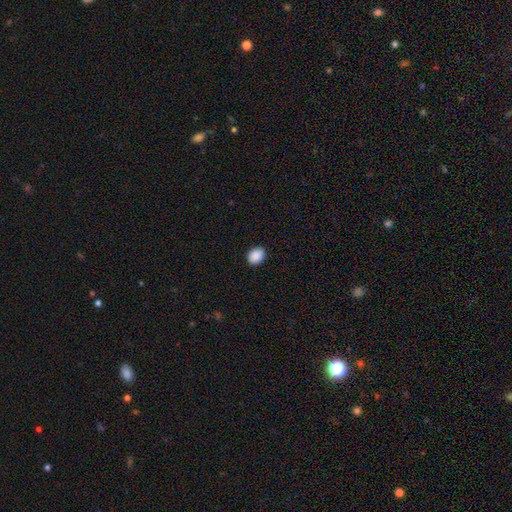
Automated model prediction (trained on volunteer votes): Smooth or featured? smooth (90%)
How rounded? in between (57%)
Merging? none (90%)